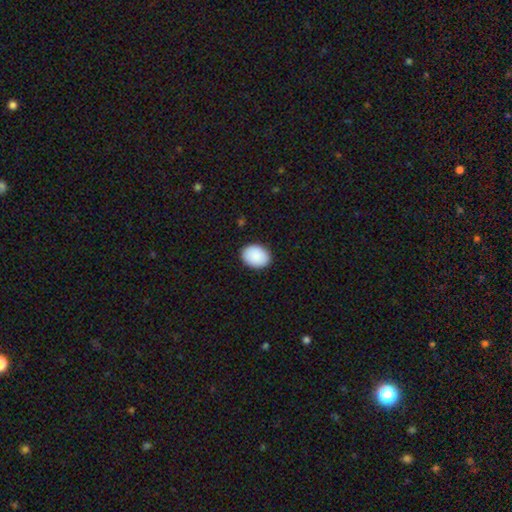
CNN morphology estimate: Smooth or featured?
  - smooth: 91% *
  - star or artifact: 6%
  - featured or disk: 3%
How rounded?
  - in between: 67% *
  - round: 33%
  - cigar-shaped: 1%
Merging?
  - none: 89% *
  - minor disturbance: 8%
  - major disturbance: 2%
  - merger: 1%